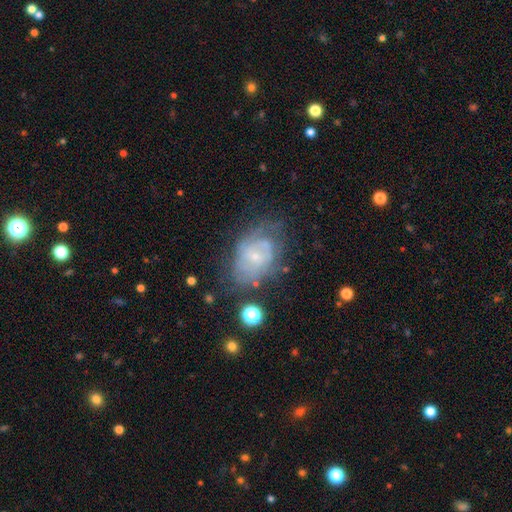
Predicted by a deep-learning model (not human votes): This appears to be a featured or disk galaxy (68%) with no bar (59%), spiral arms (74%) and a small central bulge (75%). Merging: none (50%).